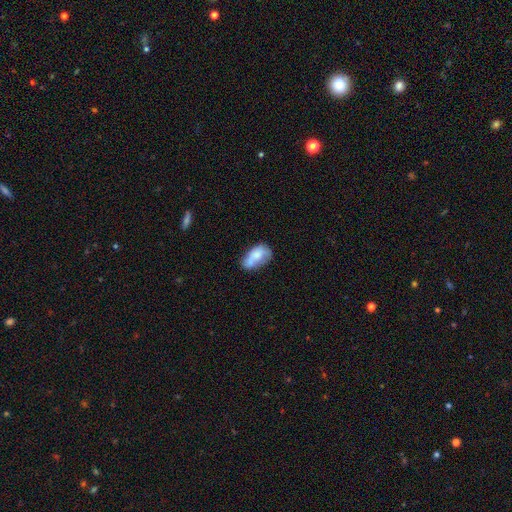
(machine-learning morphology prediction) Smooth or featured? smooth (69%)
How rounded? in between (90%)
Merging? none (37%)